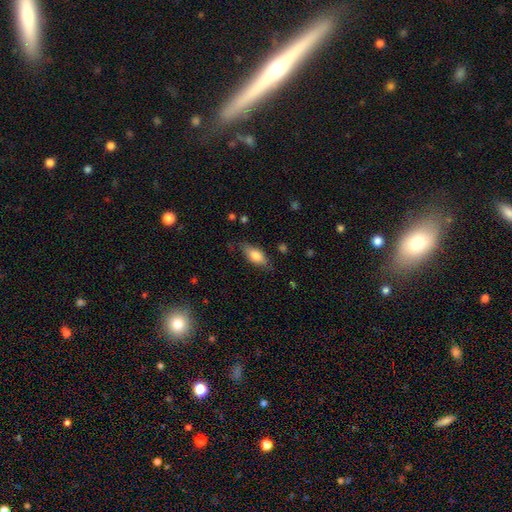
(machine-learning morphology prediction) type=smooth (75%); roundness=in between (80%); merging=none (73%).